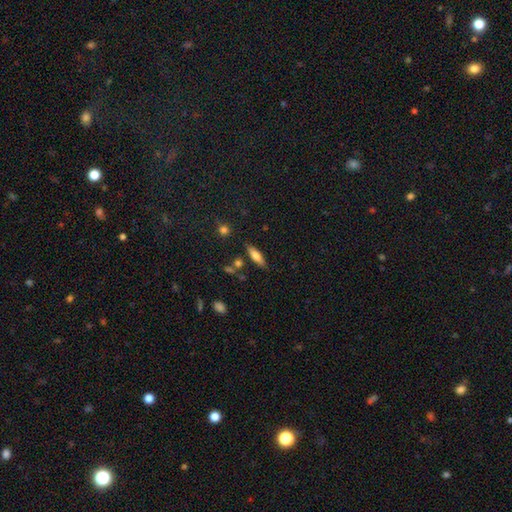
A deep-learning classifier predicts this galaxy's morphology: smooth_or_featured: smooth (p=0.66) [alt: featured or disk p=0.26]
how_rounded: cigar-shaped (p=0.52) [alt: in between p=0.45]
merging: none (p=0.79) [alt: minor disturbance p=0.12]